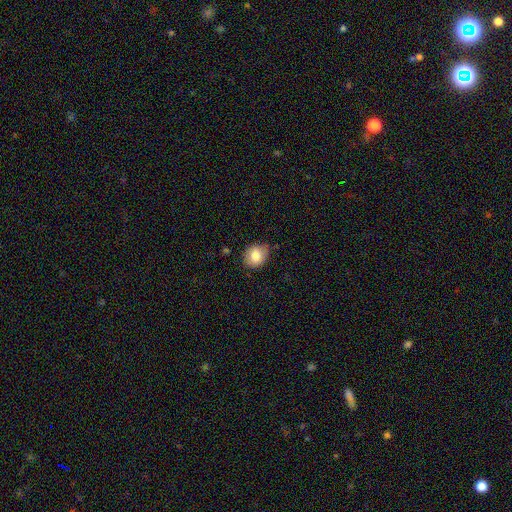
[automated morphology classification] Smooth or featured: smooth — 81% (featured or disk — 10%)
How rounded: round — 60% (in between — 39%)
Merging: none — 78% (minor disturbance — 18%)